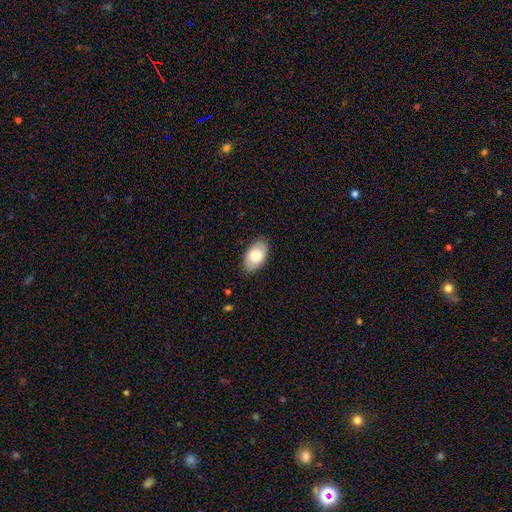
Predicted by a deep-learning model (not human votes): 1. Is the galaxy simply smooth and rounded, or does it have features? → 79% smooth, 15% featured or disk, 6% star or artifact.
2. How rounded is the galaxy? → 94% in between, 5% round, 1% cigar-shaped.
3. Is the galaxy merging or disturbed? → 84% none, 12% minor disturbance, 3% major disturbance, 1% merger.